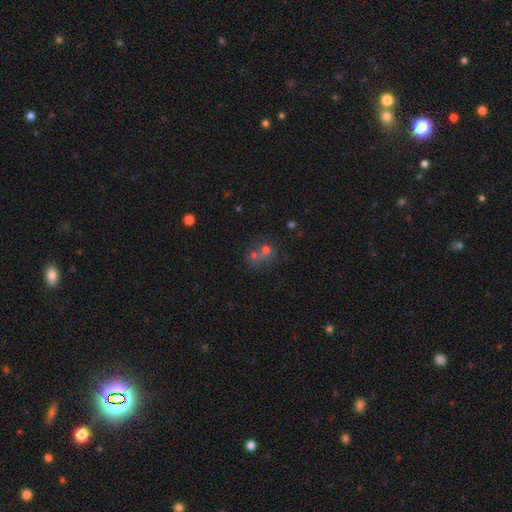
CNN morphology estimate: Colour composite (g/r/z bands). It shows a smooth galaxy with no disk features (52%) that is round (76%). Merging: merger (51%).